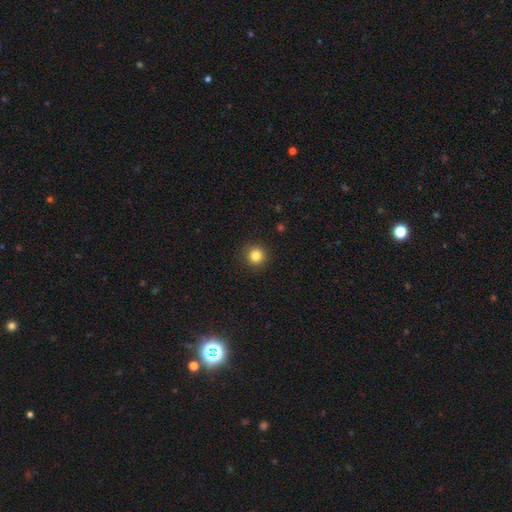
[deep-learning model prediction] This appears to be a smooth galaxy with no disk features (83%) that is round (95%). Merging: none (92%).